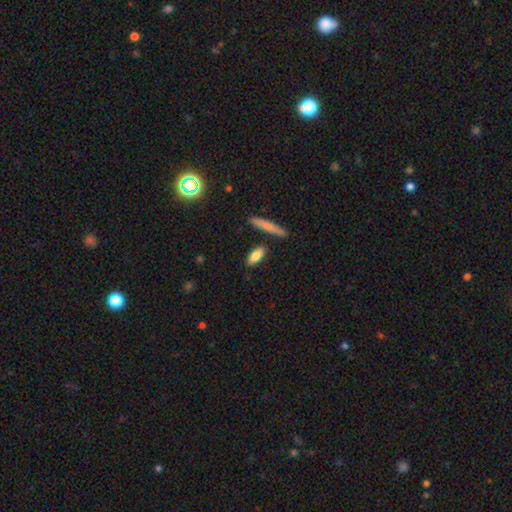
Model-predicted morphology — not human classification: Smooth or featured?
  - smooth: 80% *
  - featured or disk: 13%
  - star or artifact: 7%
How rounded?
  - in between: 66% *
  - cigar-shaped: 31%
  - round: 3%
Merging?
  - none: 81% *
  - minor disturbance: 11%
  - merger: 5%
  - major disturbance: 3%